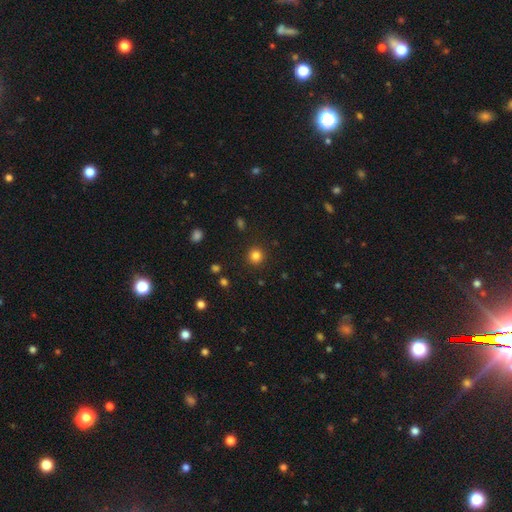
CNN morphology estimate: Overall: smooth (83%). How rounded: round (94%). Merging: none (91%).